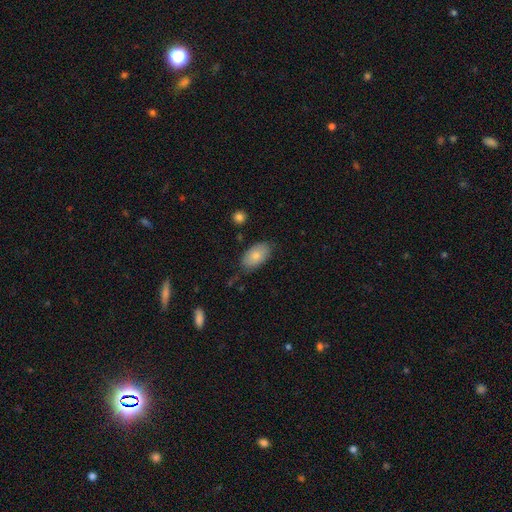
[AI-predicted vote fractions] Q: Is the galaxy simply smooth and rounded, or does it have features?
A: smooth — 80%.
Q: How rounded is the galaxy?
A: in between — 93%.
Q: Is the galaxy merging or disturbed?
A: none — 75%.